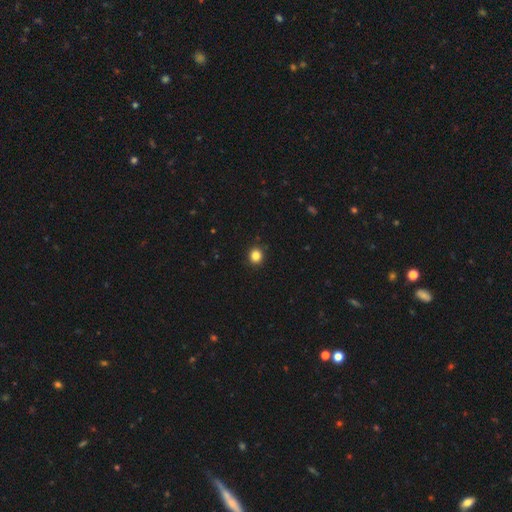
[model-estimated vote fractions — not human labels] A smooth galaxy with no disk features (85%) that is round (84%). Merging: none (92%).